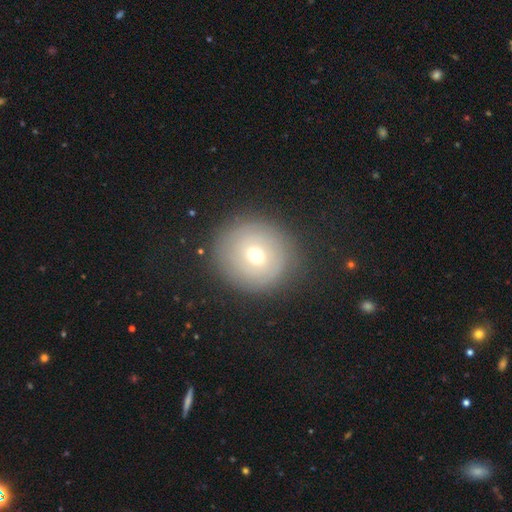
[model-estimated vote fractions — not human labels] Smooth or featured? smooth (59%)
How rounded? round (91%)
Merging? none (84%)